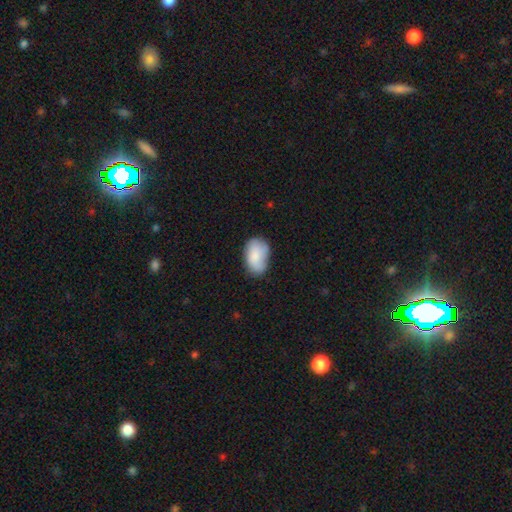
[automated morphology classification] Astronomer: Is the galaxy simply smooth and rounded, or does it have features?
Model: smooth — 80%.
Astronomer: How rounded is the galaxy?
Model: in between — 90%.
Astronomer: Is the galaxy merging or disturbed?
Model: none — 61%.